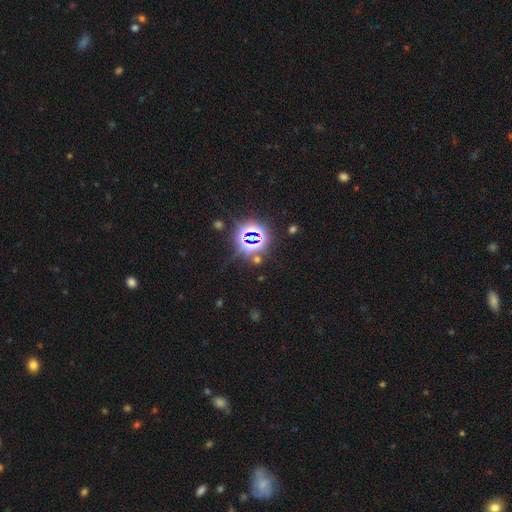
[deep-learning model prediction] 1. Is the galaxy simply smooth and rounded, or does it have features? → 78% star or artifact, 14% smooth, 8% featured or disk.